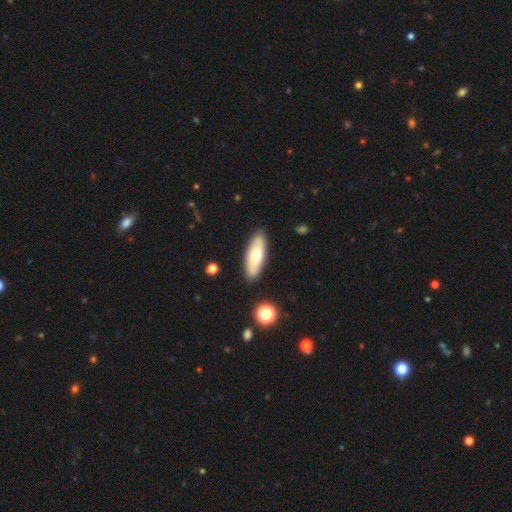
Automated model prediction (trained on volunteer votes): smooth-or-featured: smooth: 62% | featured or disk: 32% | star or artifact: 6%
  how-rounded: in between: 71% | cigar-shaped: 27% | round: 2%
  merging: none: 87% | minor disturbance: 9% | major disturbance: 2% | merger: 2%